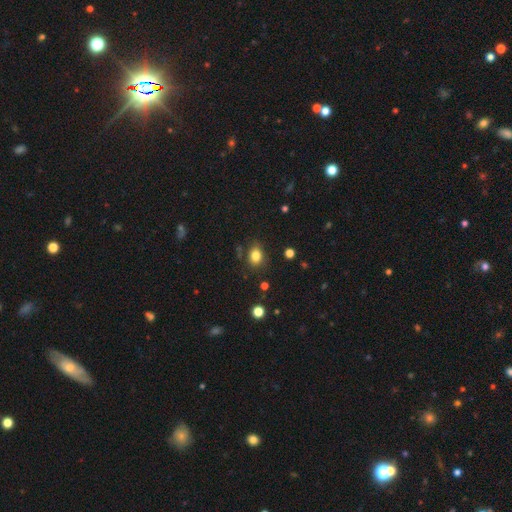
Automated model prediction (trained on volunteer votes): Overall: smooth (82%). How rounded: in between (55%; round 44%). Merging: none (80%).